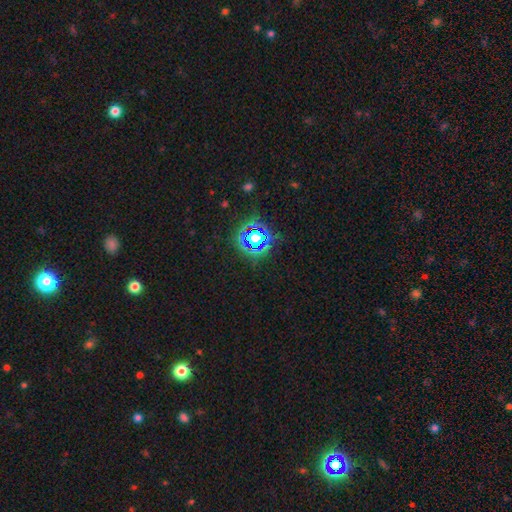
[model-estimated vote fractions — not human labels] star or artifact 79%, smooth 14%, featured or disk 7%.